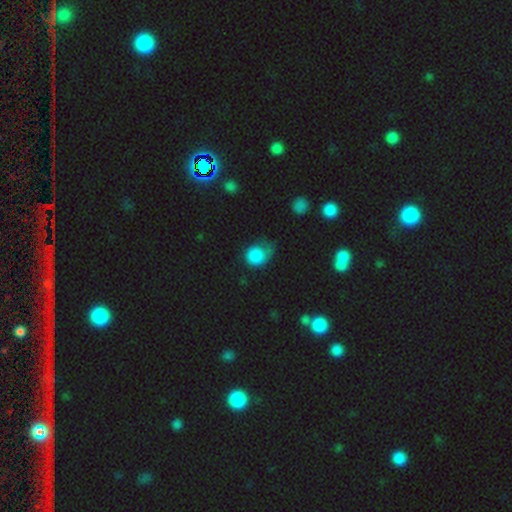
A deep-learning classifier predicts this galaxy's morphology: Q: Smooth or featured?
A: smooth (82%); runner-up: featured or disk (9%)
Q: How rounded?
A: round (74%); runner-up: in between (25%)
Q: Merging?
A: minor disturbance (33%); runner-up: none (32%)